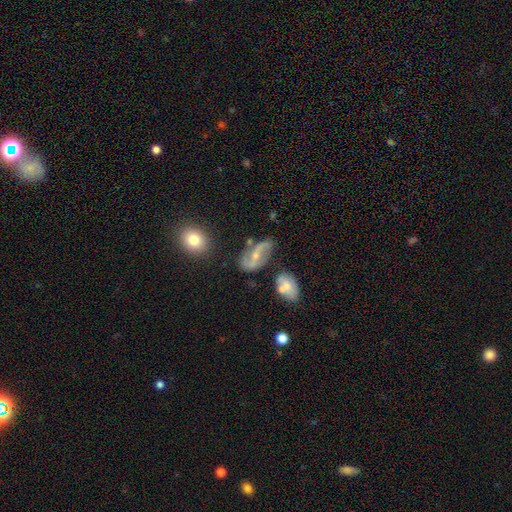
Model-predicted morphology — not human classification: Overall: featured or disk (75%). Edge-on disk: no (95%). Bar: weak (38%; no 33%). Spiral arms: yes (88%). Spiral arm count: 2 (87%). Spiral winding: loose (59%; medium 30%). Bulge size: small (56%; moderate 39%). Merging: none (61%; minor disturbance 22%).